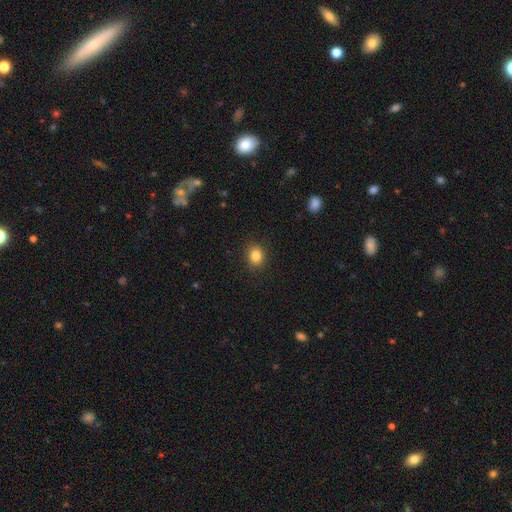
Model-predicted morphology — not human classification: smooth_or_featured: smooth (p=0.85) [alt: star or artifact p=0.10]
how_rounded: round (p=0.62) [alt: in between p=0.37]
merging: none (p=0.88) [alt: minor disturbance p=0.08]